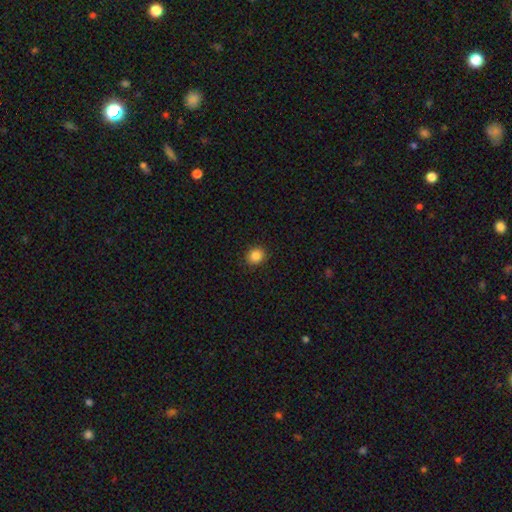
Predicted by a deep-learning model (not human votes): Smooth or featured? smooth (86%)
How rounded? round (76%)
Merging? none (90%)